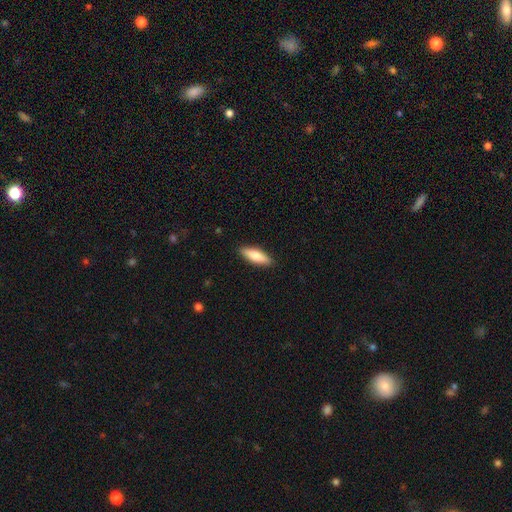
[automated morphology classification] smooth_or_featured: smooth (p=0.77) [alt: featured or disk p=0.17]
how_rounded: in between (p=0.52) [alt: cigar-shaped p=0.46]
merging: none (p=0.89) [alt: minor disturbance p=0.08]